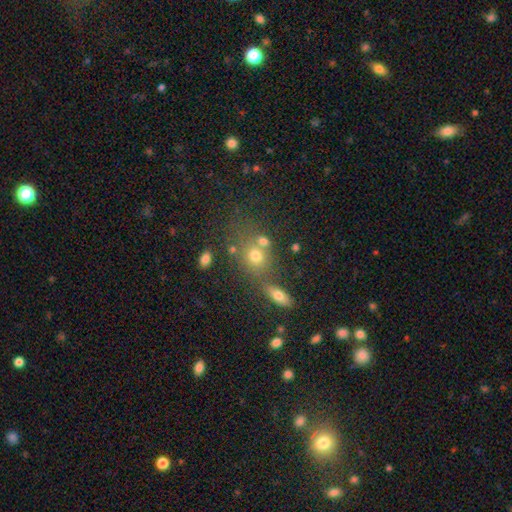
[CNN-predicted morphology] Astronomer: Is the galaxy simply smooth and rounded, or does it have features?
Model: smooth — 67%.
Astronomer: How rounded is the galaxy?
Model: round — 61% (runner-up: in between, 37%).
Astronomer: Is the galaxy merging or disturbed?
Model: none — 50% (runner-up: merger, 30%).